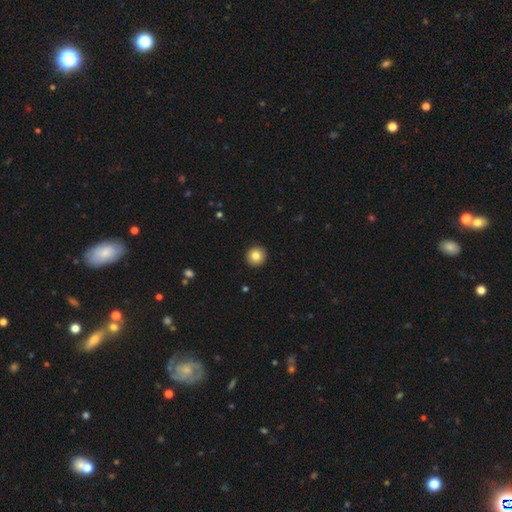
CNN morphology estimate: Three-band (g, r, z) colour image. It shows a smooth galaxy with no disk features (83%) that is round (95%). Merging: none (93%).